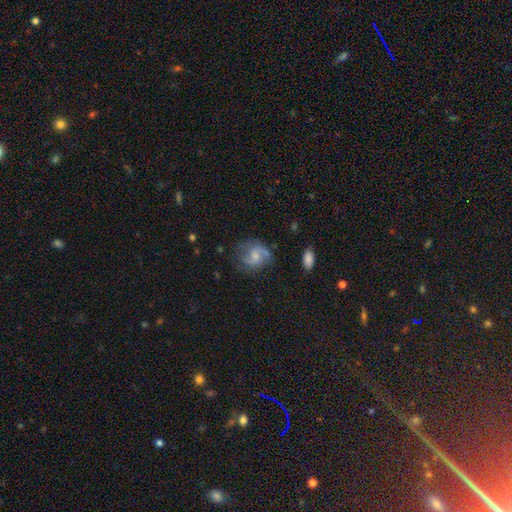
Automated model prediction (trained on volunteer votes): Smooth or featured? featured or disk (66%)
Edge-on disk? no (98%)
Bar? no (53%)
Spiral arms? yes (90%)
Spiral winding? medium (49%)
Spiral arm count? 2 (82%)
Bulge size? small (50%)
Merging? none (63%)